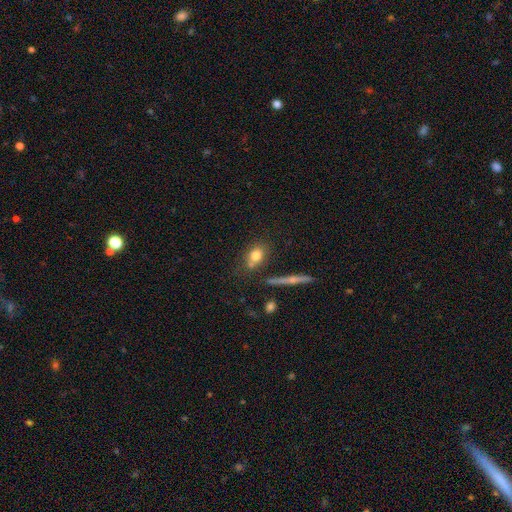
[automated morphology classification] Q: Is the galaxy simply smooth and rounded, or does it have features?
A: smooth — 75%.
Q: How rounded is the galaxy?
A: in between — 54%.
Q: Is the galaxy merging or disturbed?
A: none — 63%.